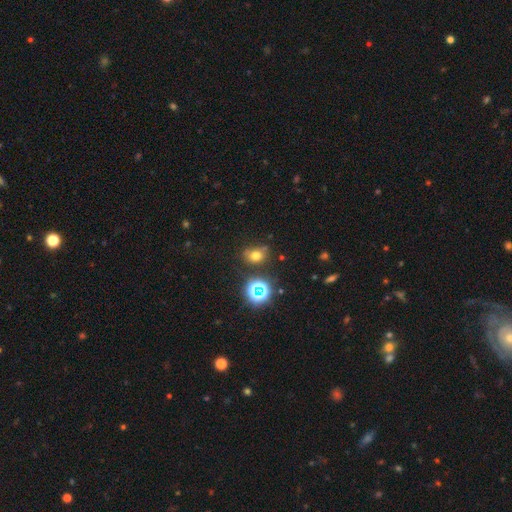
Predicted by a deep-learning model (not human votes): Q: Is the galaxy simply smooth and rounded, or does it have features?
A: smooth — 65%.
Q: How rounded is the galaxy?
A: in between — 54%.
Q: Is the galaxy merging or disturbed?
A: none — 68%.